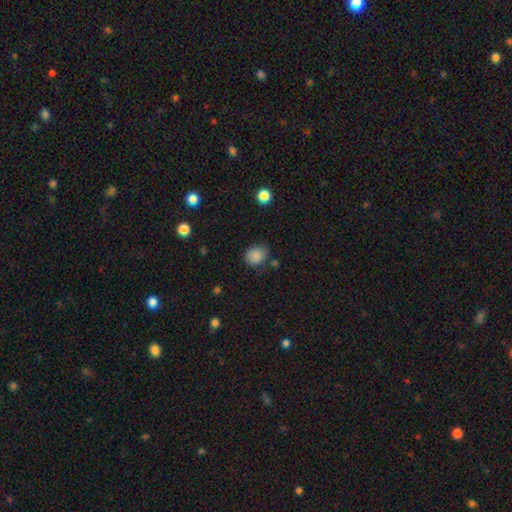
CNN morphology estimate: Smooth or featured? smooth (85%)
How rounded? round (59%)
Merging? none (70%)